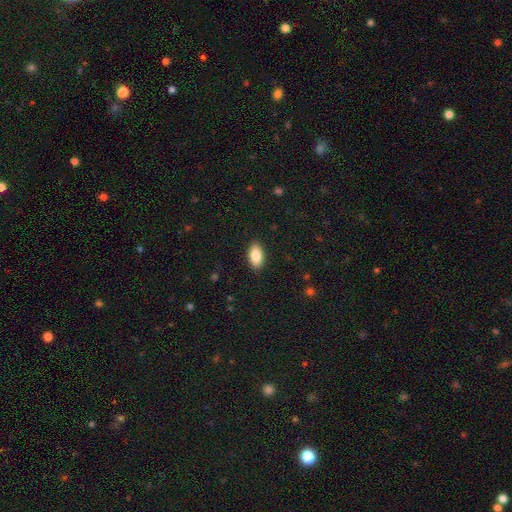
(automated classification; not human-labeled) Overall: smooth (87%). How rounded: in between (93%). Merging: none (89%).